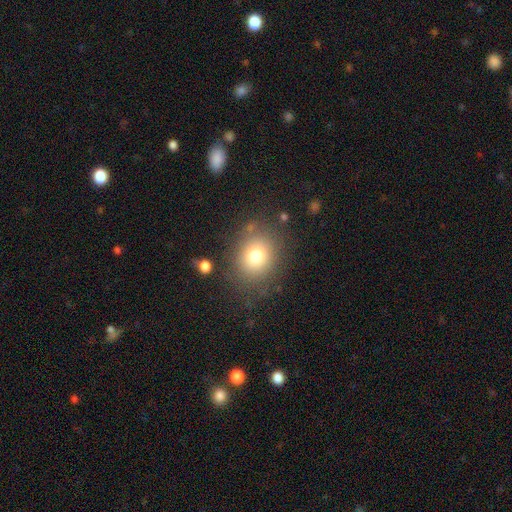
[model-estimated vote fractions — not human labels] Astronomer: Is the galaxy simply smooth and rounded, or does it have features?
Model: smooth — 75%.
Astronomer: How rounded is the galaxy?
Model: round — 66%.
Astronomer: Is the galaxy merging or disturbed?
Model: none — 78%.